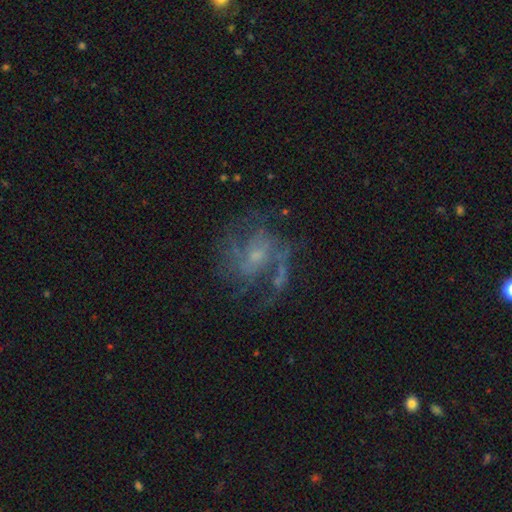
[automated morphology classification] smooth-or-featured: featured or disk: 79% | smooth: 11% | star or artifact: 10%
  disk-edge-on: no: 98% | yes: 2%
    bar: no: 50% | weak: 41% | strong: 9%
    has-spiral-arms: yes: 88% | no: 12%
      spiral-winding: medium: 51% | loose: 25% | tight: 24%
      spiral-arm-count: 2: 51% | can't tell: 21% | 3: 15% | 1: 5% | 4: 4% | more than 4: 4%
    bulge-size: small: 64% | moderate: 23% | none: 10% | large: 2% | dominant: 1%
  merging: none: 59% | major disturbance: 19% | minor disturbance: 17% | merger: 5%